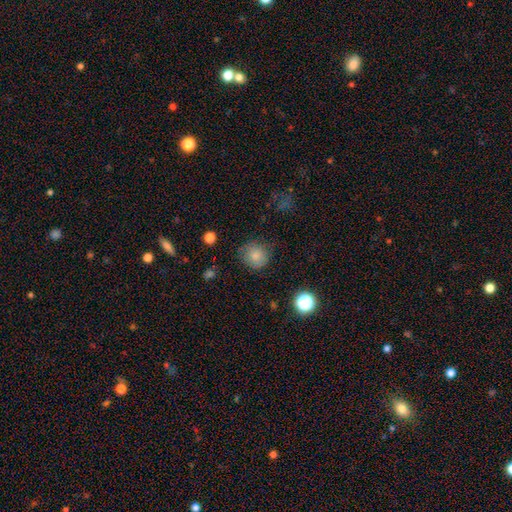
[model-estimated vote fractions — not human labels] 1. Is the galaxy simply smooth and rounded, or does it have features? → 83% smooth, 10% star or artifact, 7% featured or disk.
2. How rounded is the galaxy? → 87% round, 12% in between, 1% cigar-shaped.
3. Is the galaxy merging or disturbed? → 76% none, 18% minor disturbance, 5% major disturbance, 2% merger.